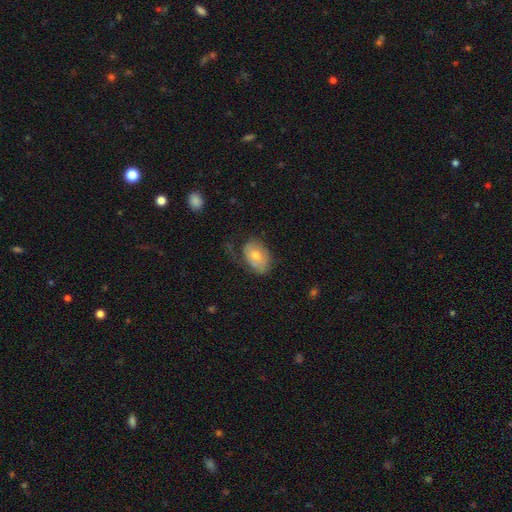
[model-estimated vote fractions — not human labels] The model was most divided on "merging": none: 48%, minor disturbance: 30%, major disturbance: 20%, merger: 2%. More confident: how rounded — in between (88%); smooth or featured — smooth (64%).